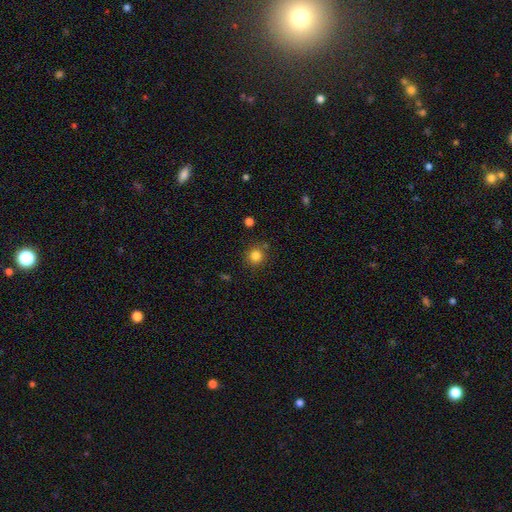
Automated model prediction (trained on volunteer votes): smooth 83%, star or artifact 13%, featured or disk 5%. Down the decision tree: how rounded — round (92%); merging — none (84%).